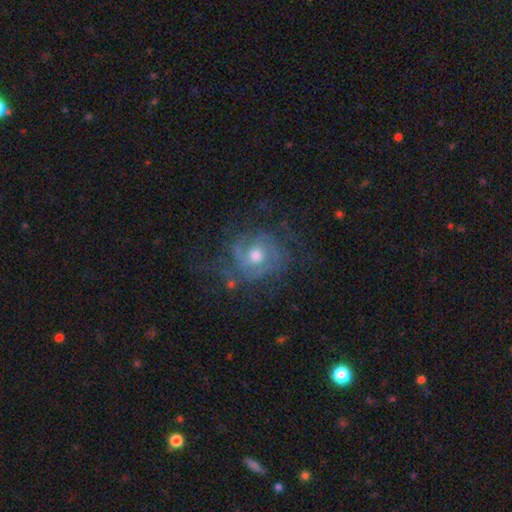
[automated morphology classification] smooth_or_featured: featured or disk (p=0.77) [alt: smooth p=0.15]
disk_edge_on: no (p=0.97) [alt: yes p=0.03]
bar: no (p=0.77) [alt: weak p=0.20]
has_spiral_arms: yes (p=0.86) [alt: no p=0.14]
spiral_winding: tight (p=0.52) [alt: medium p=0.35]
spiral_arm_count: can't tell (p=0.37) [alt: 2 p=0.27]
bulge_size: moderate (p=0.71) [alt: small p=0.20]
merging: none (p=0.59) [alt: minor disturbance p=0.20]